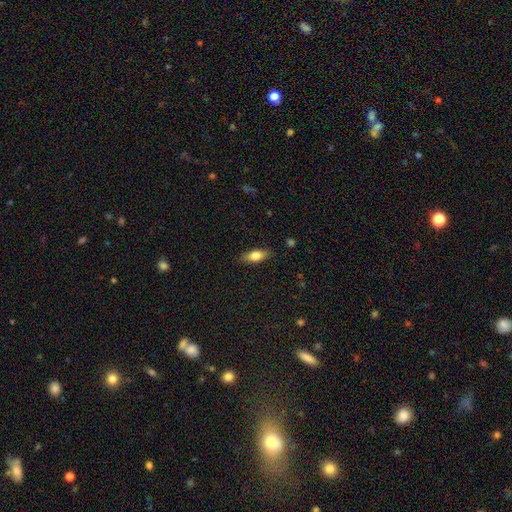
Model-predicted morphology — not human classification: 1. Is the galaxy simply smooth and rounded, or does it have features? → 72% smooth, 21% featured or disk, 7% star or artifact.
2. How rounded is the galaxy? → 71% in between, 25% cigar-shaped, 3% round.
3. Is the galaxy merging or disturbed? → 85% none, 11% minor disturbance, 2% major disturbance, 1% merger.